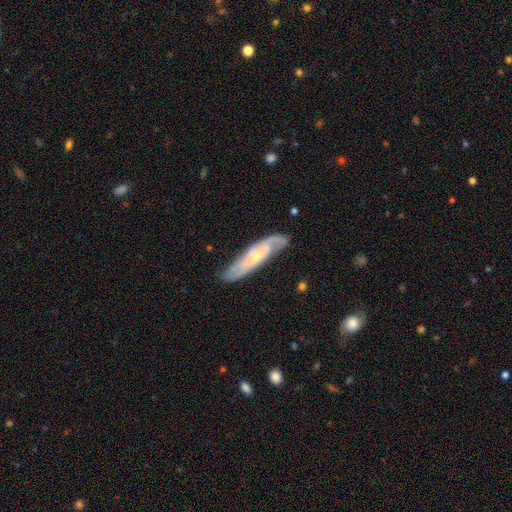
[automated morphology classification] This is likely a featured or disk galaxy (72%). It is likely not viewed edge-on (69%). Merging: likely none (74%).